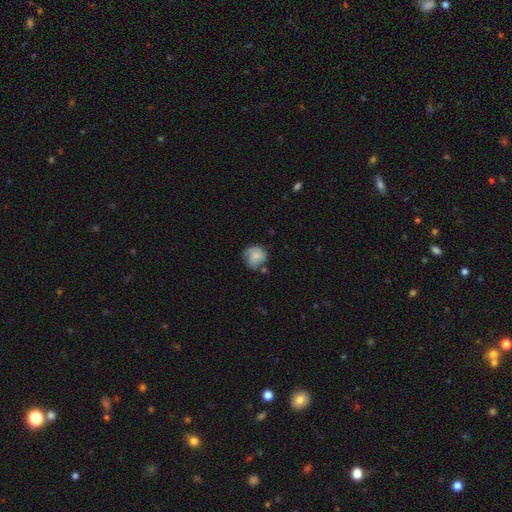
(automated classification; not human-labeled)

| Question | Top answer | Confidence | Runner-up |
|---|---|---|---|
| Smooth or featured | smooth | 56% | featured or disk (36%) |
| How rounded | round | 82% | in between (17%) |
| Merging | none | 55% | minor disturbance (27%) |